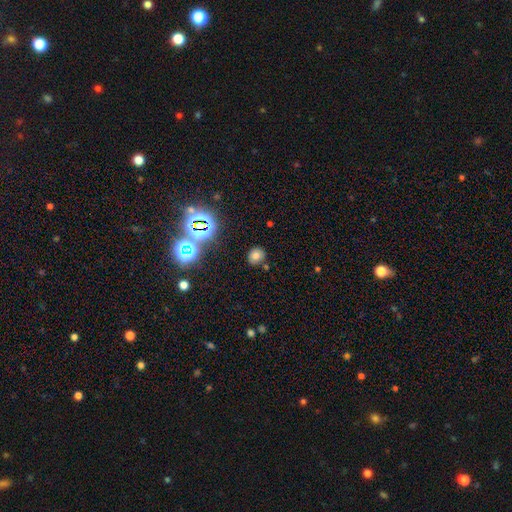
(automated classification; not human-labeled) Smooth or featured: smooth — 67% (star or artifact — 21%)
How rounded: round — 73% (in between — 27%)
Merging: none — 83% (minor disturbance — 10%)